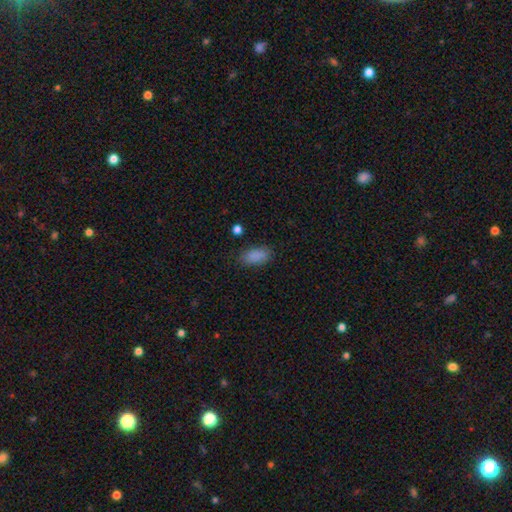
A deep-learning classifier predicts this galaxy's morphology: Overall: smooth (86%). How rounded: in between (91%). Merging: none (80%).